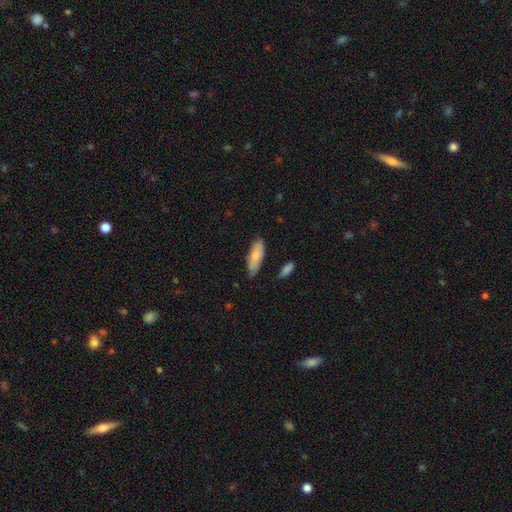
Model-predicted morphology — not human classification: smooth 77%, featured or disk 18%, star or artifact 6%. Down the decision tree: how rounded — in between (70%); merging — none (75%).